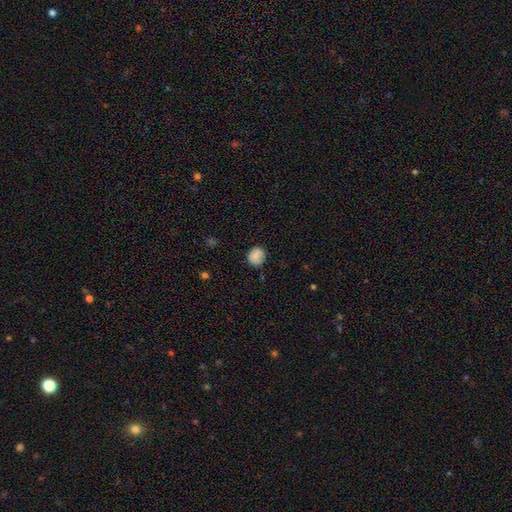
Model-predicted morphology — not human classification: Smooth or featured? smooth (85%)
How rounded? round (83%)
Merging? none (80%)